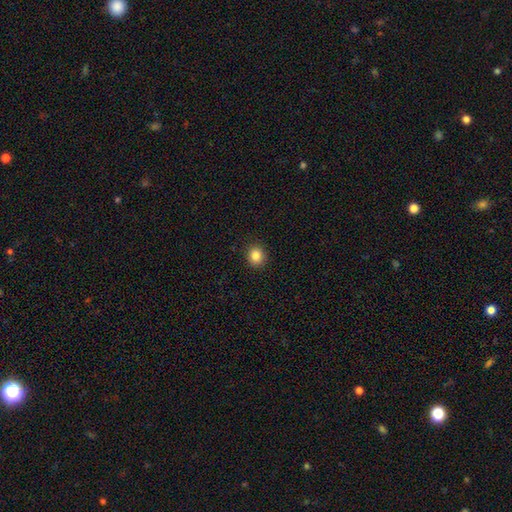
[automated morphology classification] type=smooth (85%); roundness=round (83%); merging=none (92%).